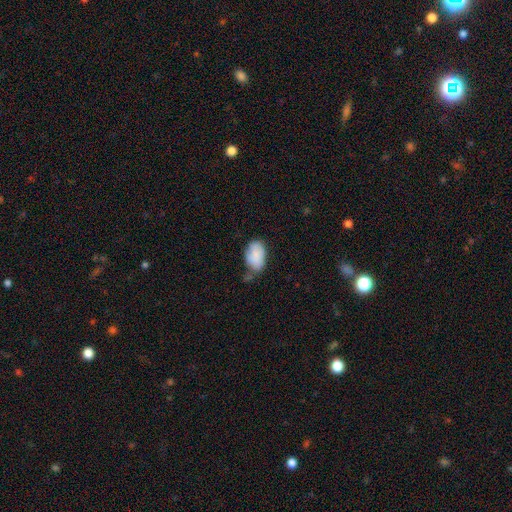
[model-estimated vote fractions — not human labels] smooth-or-featured: smooth: 83% | featured or disk: 10% | star or artifact: 7%
  how-rounded: in between: 91% | round: 7% | cigar-shaped: 1%
  merging: none: 41% | minor disturbance: 38% | major disturbance: 11% | merger: 10%